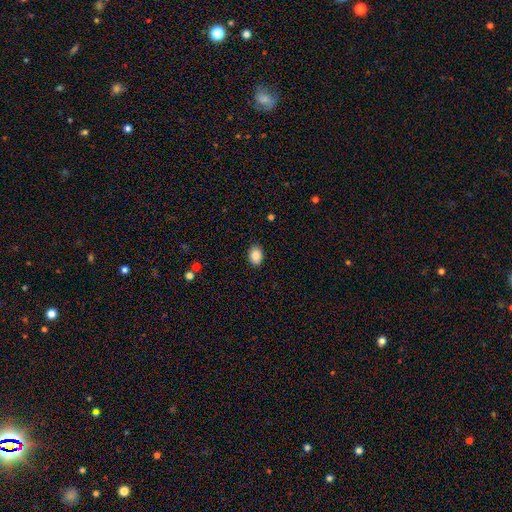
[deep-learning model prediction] This is clearly a smooth galaxy (88%). How rounded: likely in between (78%). Merging: clearly none (89%).